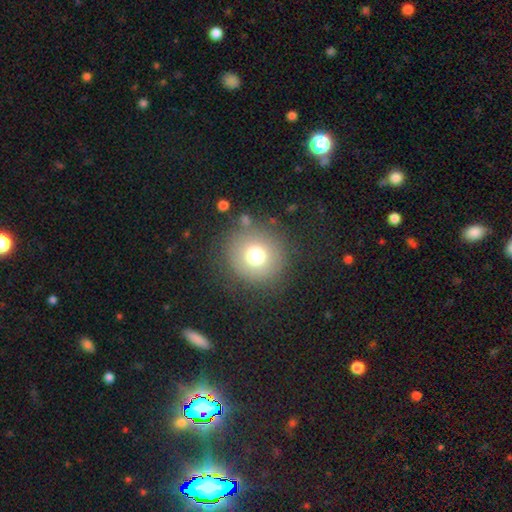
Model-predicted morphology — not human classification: This appears to be a smooth galaxy with no disk features (73%) that is round (95%). Merging: none (83%).